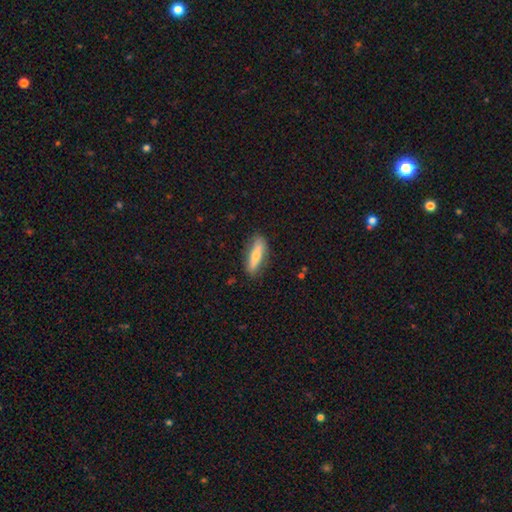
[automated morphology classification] This appears to be a smooth galaxy with no disk features (56%) that is cigar-shaped (64%). Merging: none (84%).